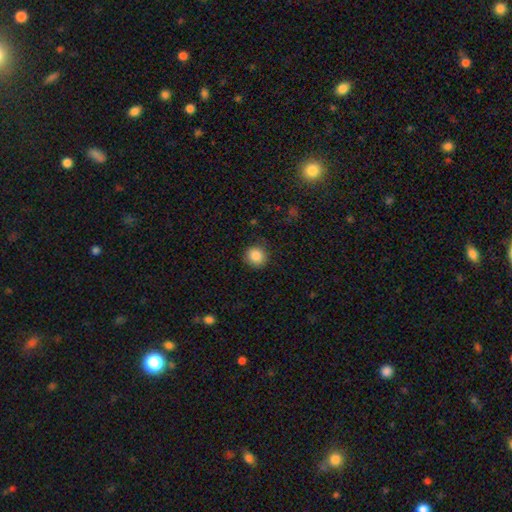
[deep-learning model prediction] A smooth galaxy with no disk features (87%) that is round (90%). Merging: none (88%).